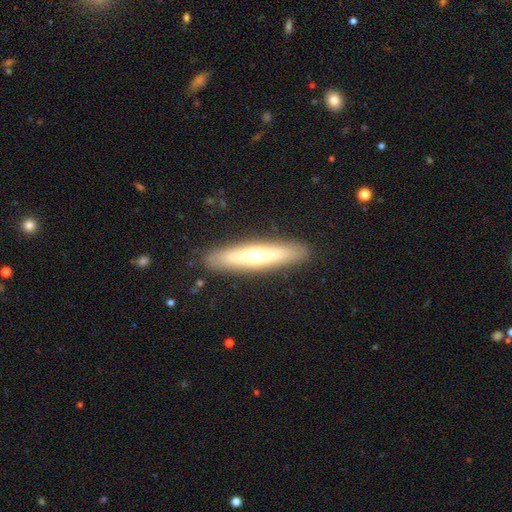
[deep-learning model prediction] This is possibly a smooth galaxy (50%). Merging: clearly none (89%).